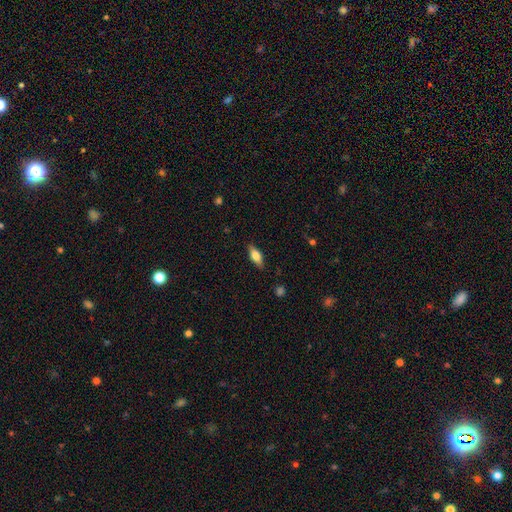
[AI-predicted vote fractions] This is likely a smooth galaxy (64%). How rounded: likely in between (73%). Merging: clearly none (87%).